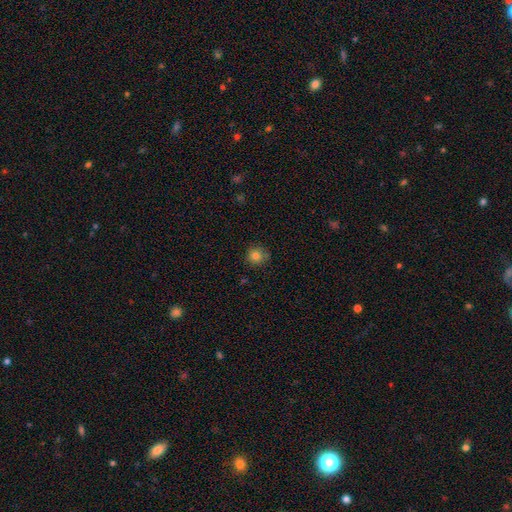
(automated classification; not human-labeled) This appears to be a smooth galaxy with no disk features (82%) that is round (93%). Merging: none (83%).